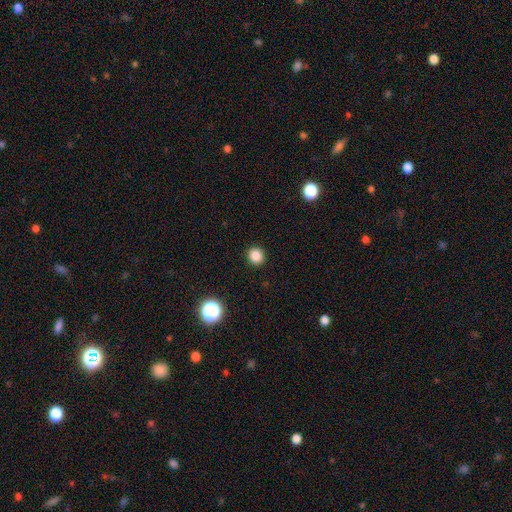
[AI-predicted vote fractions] Morphology: type=smooth (85%); roundness=round (90%); merging=none (93%).